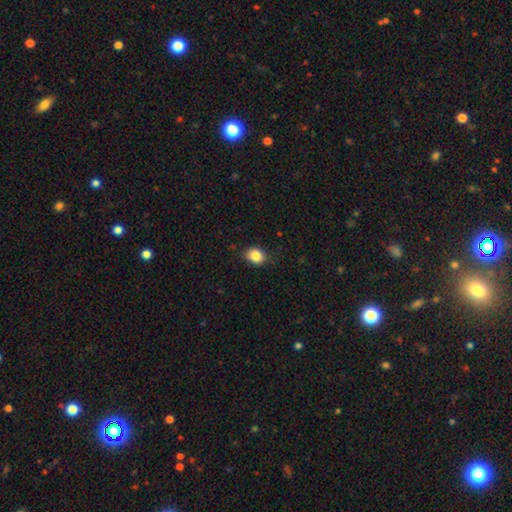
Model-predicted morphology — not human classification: Overall: smooth (85%). How rounded: round (51%; in between 48%). Merging: none (79%).